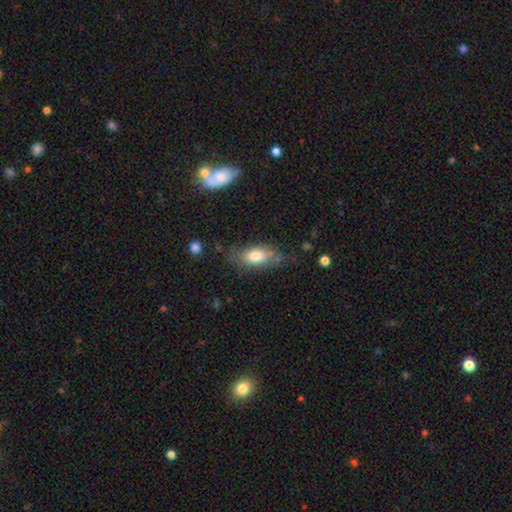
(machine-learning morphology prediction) This is likely a smooth galaxy (75%). How rounded: clearly in between (87%). Merging: likely none (65%).